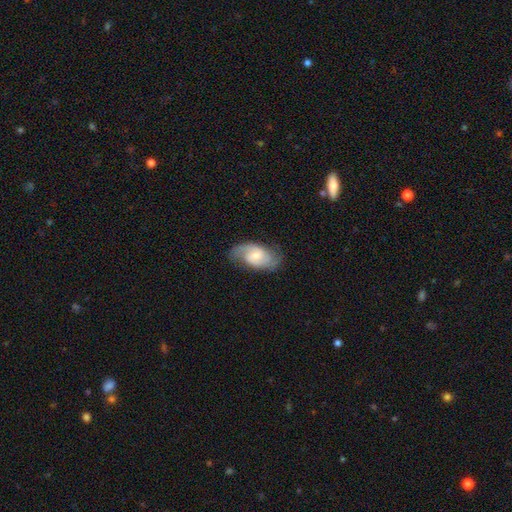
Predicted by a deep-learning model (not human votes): featured or disk 72%, smooth 22%, star or artifact 6%. Down the decision tree: edge-on disk — no (96%); bar — no (46%); spiral arms — yes (93%); spiral arm count — 2 (83%); spiral winding — medium (49%); bulge size — small (49%); merging — none (75%).